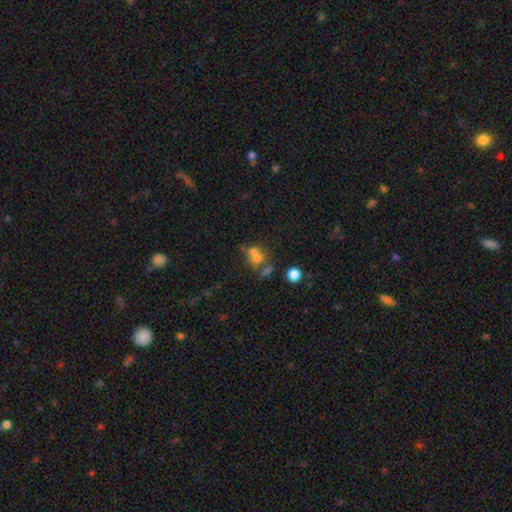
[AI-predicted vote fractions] Smooth or featured? smooth (59%)
How rounded? round (61%)
Merging? merger (51%)